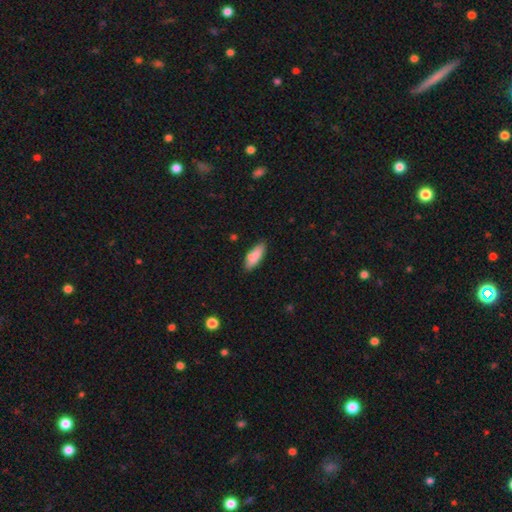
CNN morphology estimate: smooth_or_featured: smooth (p=0.85) [alt: featured or disk p=0.09]
how_rounded: in between (p=0.67) [alt: cigar-shaped p=0.31]
merging: none (p=0.78) [alt: minor disturbance p=0.16]